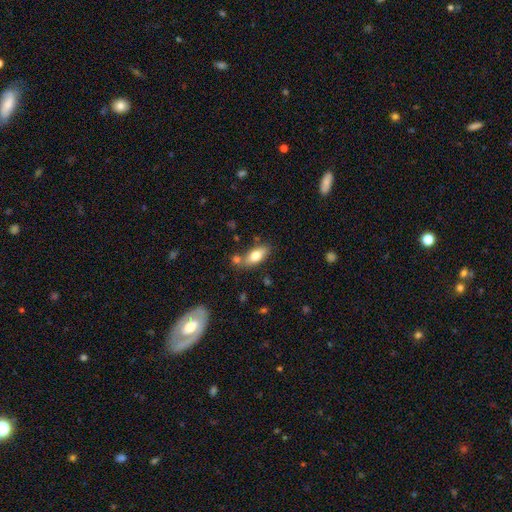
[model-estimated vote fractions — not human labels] Smooth or featured? Predicted: smooth (p=0.74). How rounded? Predicted: in between (p=0.83). Merging? Predicted: none (p=0.68).